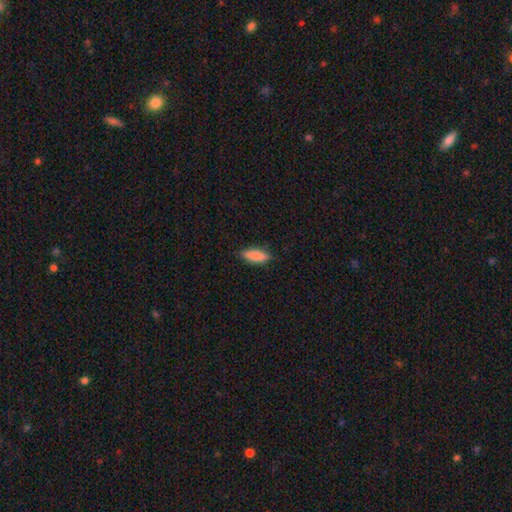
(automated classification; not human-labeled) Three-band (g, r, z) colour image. It shows a smooth galaxy with no disk features (86%) that is in between round and cigar-shaped (56%). Merging: none (82%).